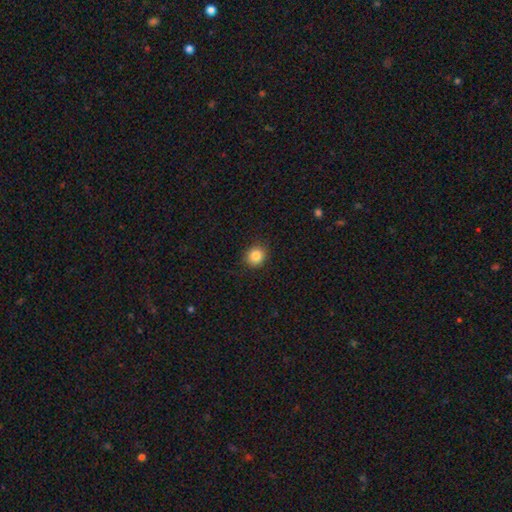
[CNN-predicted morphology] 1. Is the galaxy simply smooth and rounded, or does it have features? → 85% smooth, 10% star or artifact, 5% featured or disk.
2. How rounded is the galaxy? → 86% round, 13% in between, 1% cigar-shaped.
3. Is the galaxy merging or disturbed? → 89% none, 8% minor disturbance, 2% major disturbance, 1% merger.